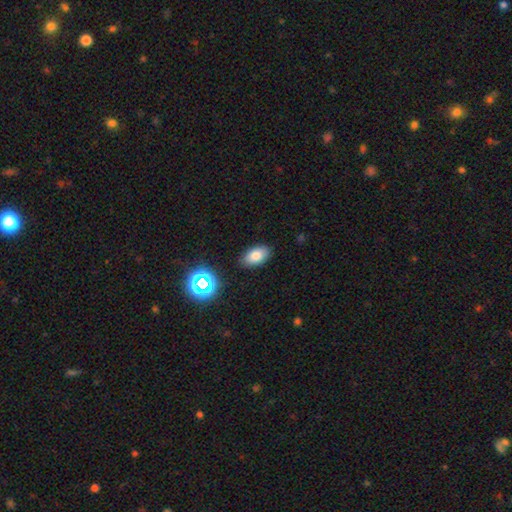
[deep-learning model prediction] Smooth or featured? Predicted: smooth (p=0.78). How rounded? Predicted: in between (p=0.91). Merging? Predicted: none (p=0.86).